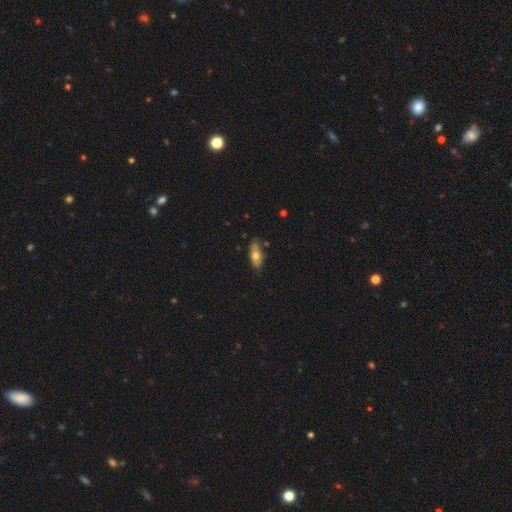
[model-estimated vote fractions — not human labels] Smooth or featured? smooth (63%)
How rounded? in between (74%)
Merging? none (77%)